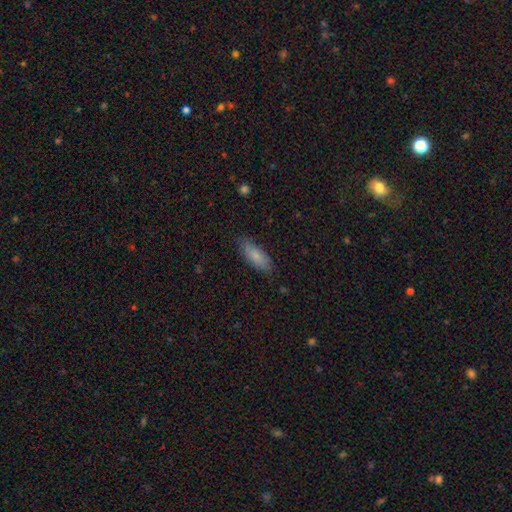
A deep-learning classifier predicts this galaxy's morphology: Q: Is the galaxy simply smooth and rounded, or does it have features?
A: smooth — 81%.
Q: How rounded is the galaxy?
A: in between — 70%.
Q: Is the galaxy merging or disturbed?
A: none — 82%.